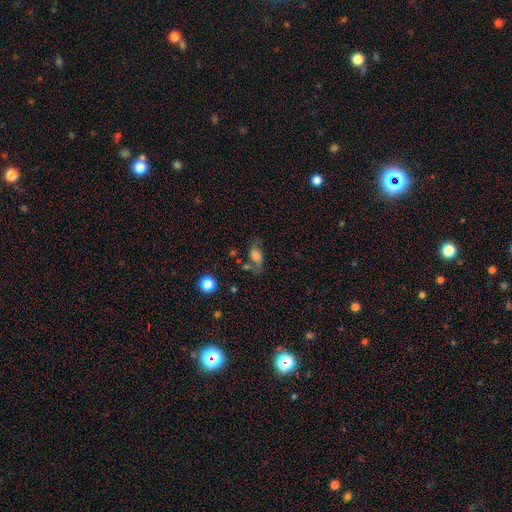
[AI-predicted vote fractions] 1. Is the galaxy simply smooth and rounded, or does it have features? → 61% smooth, 27% featured or disk, 12% star or artifact.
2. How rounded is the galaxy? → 83% in between, 11% round, 6% cigar-shaped.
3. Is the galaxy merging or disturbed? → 47% none, 24% minor disturbance, 18% major disturbance, 10% merger.